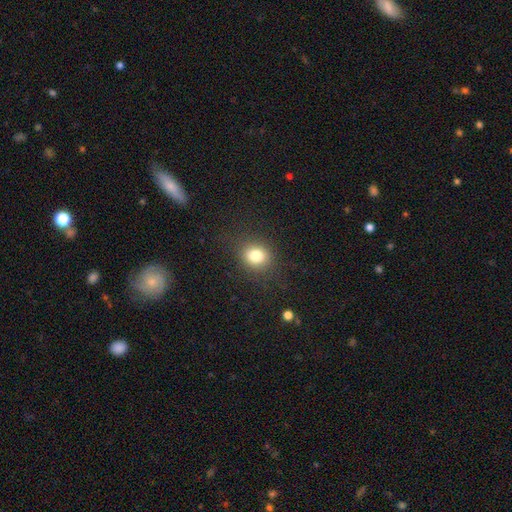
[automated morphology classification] Q: Smooth or featured?
A: smooth (80%); runner-up: star or artifact (13%)
Q: How rounded?
A: round (74%); runner-up: in between (25%)
Q: Merging?
A: none (85%); runner-up: minor disturbance (10%)